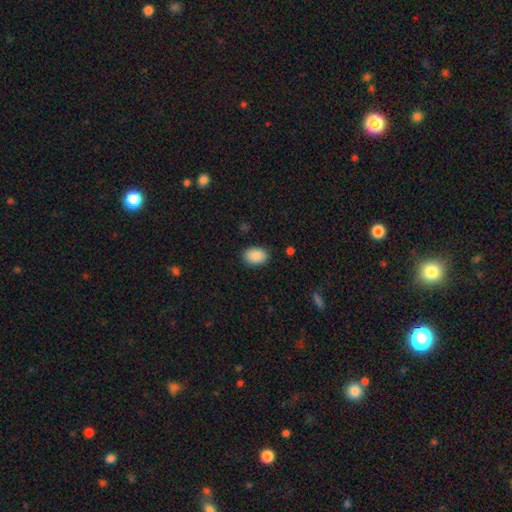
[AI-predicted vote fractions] Morphology: type=smooth (89%); roundness=in between (81%); merging=none (87%).